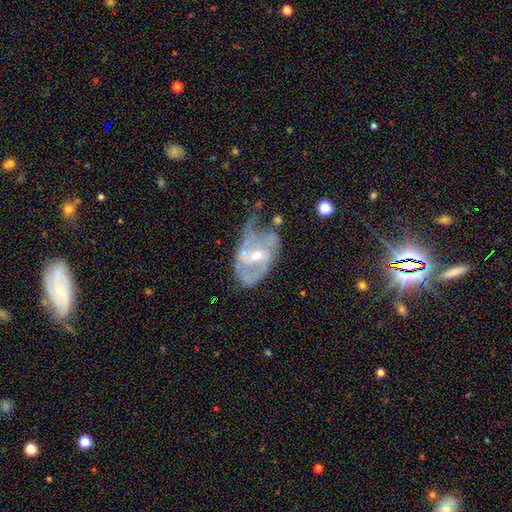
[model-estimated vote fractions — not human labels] The model was most divided on "merging": major disturbance: 33%, minor disturbance: 31%, none: 29%, merger: 7%. Remaining: edge-on disk — no (96%); spiral arms — yes (84%); smooth or featured — featured or disk (82%); spiral arm count — 2 (54%); bulge size — moderate (52%); bar — weak (49%); spiral winding — medium (45%).